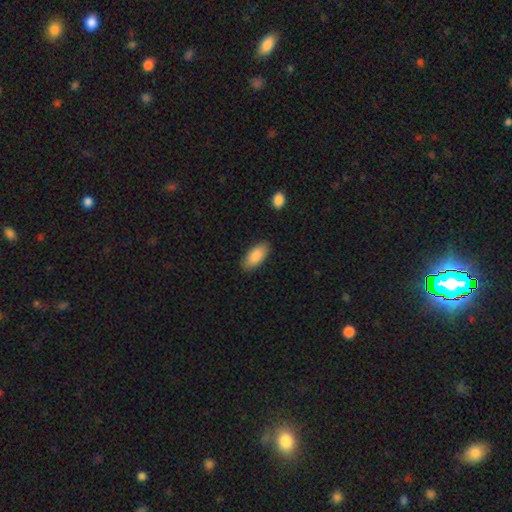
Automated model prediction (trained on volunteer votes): Smooth or featured?
  - smooth: 88% *
  - featured or disk: 6%
  - star or artifact: 6%
How rounded?
  - in between: 88% *
  - cigar-shaped: 10%
  - round: 2%
Merging?
  - none: 86% *
  - minor disturbance: 10%
  - major disturbance: 2%
  - merger: 1%